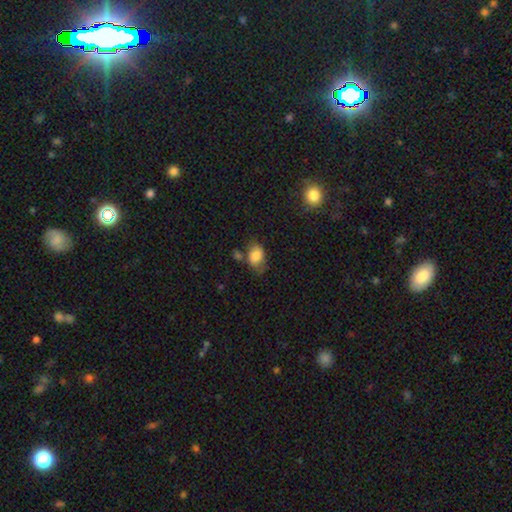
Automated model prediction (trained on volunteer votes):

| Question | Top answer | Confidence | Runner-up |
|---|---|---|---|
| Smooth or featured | smooth | 81% | featured or disk (10%) |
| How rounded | in between | 79% | round (20%) |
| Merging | none | 57% | minor disturbance (25%) |